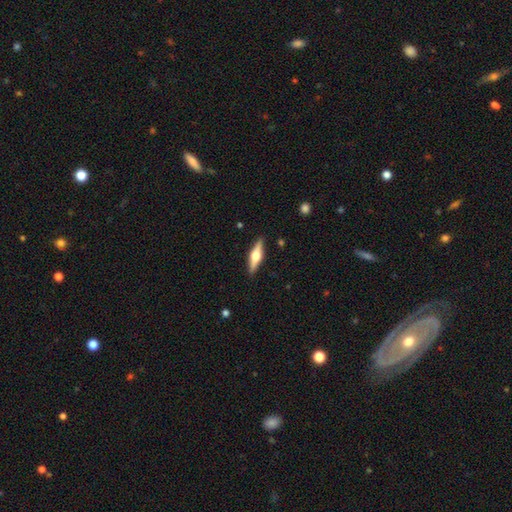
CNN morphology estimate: A featured or disk galaxy (68%) viewed edge-on (97%) with a rounded central bulge (94%).

Vote fractions:
- Smooth or featured? featured or disk: 68% / smooth: 26% / star or artifact: 6%
- Edge-on disk? yes: 97% / no: 3%
- Edge-on bulge? rounded: 94% / boxy: 5% / none: 1%
- Merging? none: 90% / minor disturbance: 7% / major disturbance: 2% / merger: 1%